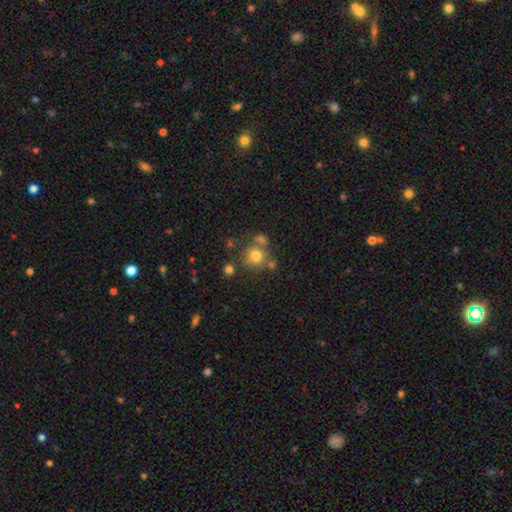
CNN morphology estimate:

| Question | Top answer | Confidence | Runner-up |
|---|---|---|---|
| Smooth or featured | smooth | 76% | star or artifact (13%) |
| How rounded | round | 90% | in between (9%) |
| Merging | none | 65% | merger (19%) |